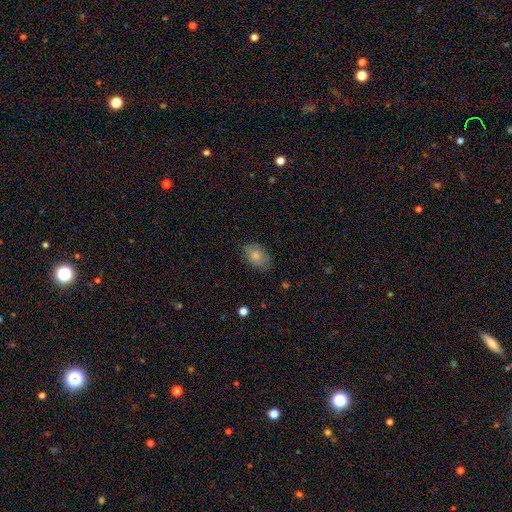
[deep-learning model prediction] This is likely a smooth galaxy (79%). How rounded: clearly in between (83%). Merging: likely none (77%).